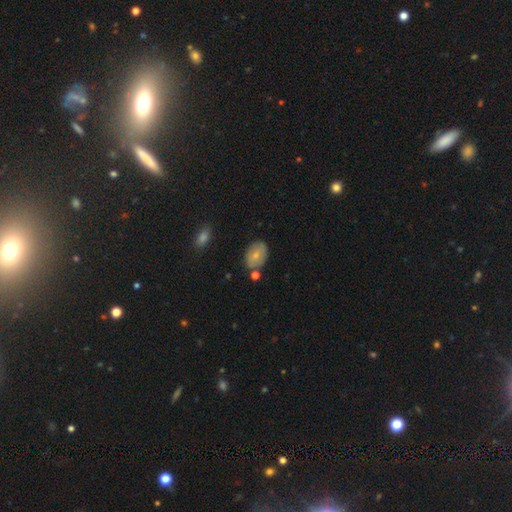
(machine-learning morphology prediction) Overall: smooth (70%). How rounded: in between (80%). Merging: none (72%).